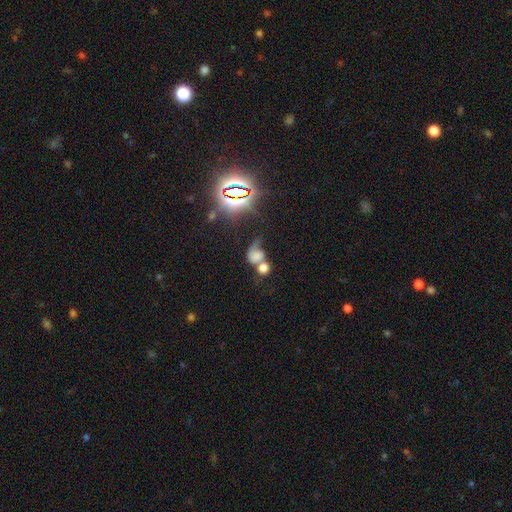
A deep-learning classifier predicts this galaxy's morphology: smooth-or-featured: smooth: 51% | featured or disk: 28% | star or artifact: 22%
  how-rounded: round: 50% | in between: 48% | cigar-shaped: 2%
  merging: merger: 53% | none: 18% | major disturbance: 18% | minor disturbance: 10%